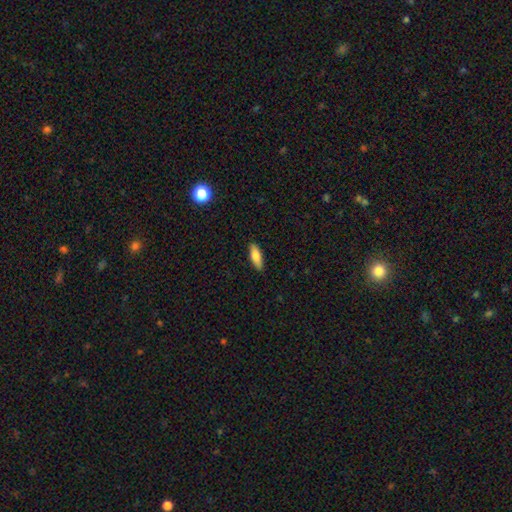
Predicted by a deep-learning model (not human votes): The model was most divided on "how rounded": in between: 58%, cigar-shaped: 40%, round: 2%. More confident: merging — none (88%); smooth or featured — smooth (78%).